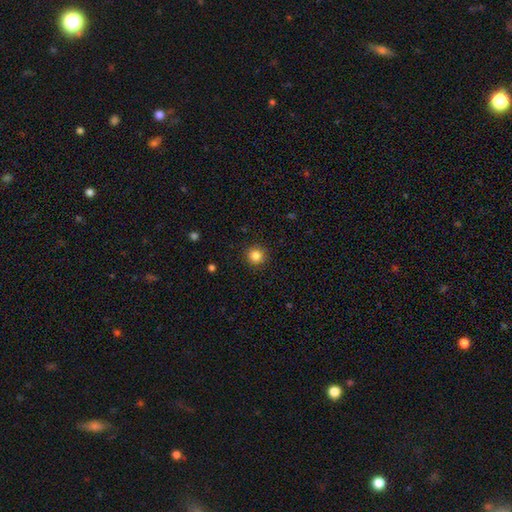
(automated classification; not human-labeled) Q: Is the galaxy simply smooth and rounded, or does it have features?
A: smooth — 84%.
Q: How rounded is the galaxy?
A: round — 94%.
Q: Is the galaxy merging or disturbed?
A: none — 91%.